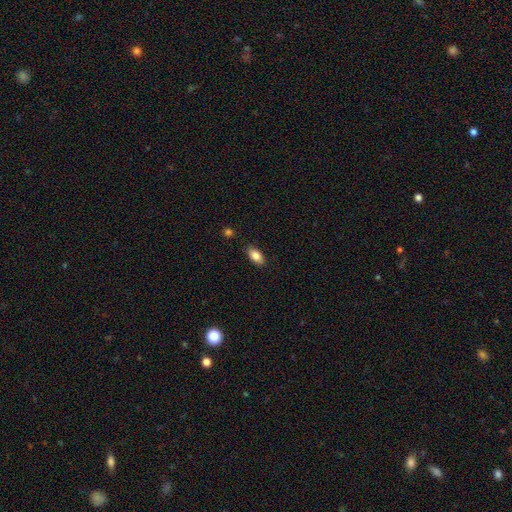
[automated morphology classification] Smooth or featured?
  - smooth: 85% *
  - featured or disk: 8%
  - star or artifact: 8%
How rounded?
  - in between: 91% *
  - cigar-shaped: 6%
  - round: 4%
Merging?
  - none: 87% *
  - minor disturbance: 10%
  - major disturbance: 2%
  - merger: 1%